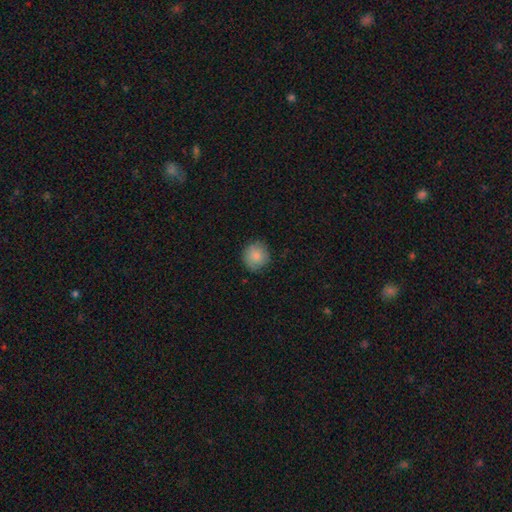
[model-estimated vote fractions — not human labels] Smooth or featured? smooth (85%)
How rounded? round (91%)
Merging? none (85%)